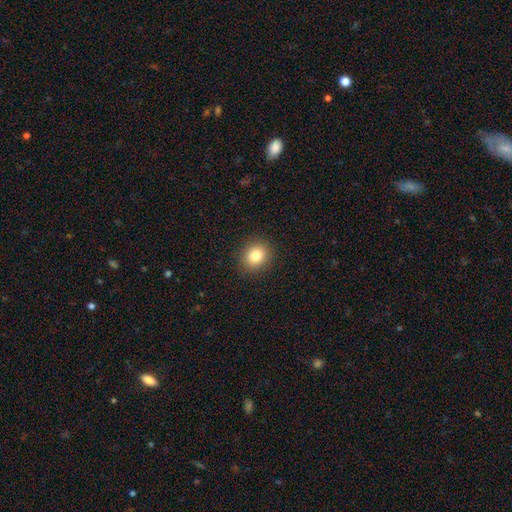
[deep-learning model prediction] A smooth galaxy with no disk features (83%) that is round (74%).

Vote fractions:
- Smooth or featured? smooth: 83% / star or artifact: 10% / featured or disk: 7%
- How rounded? round: 74% / in between: 25% / cigar-shaped: 1%
- Merging? none: 90% / minor disturbance: 6% / major disturbance: 2% / merger: 1%